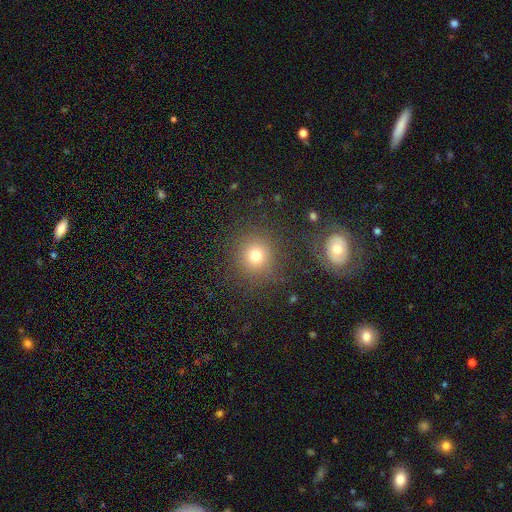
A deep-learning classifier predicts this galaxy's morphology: This appears to be a smooth galaxy with no disk features (74%) that is round (90%). Merging: none (85%).